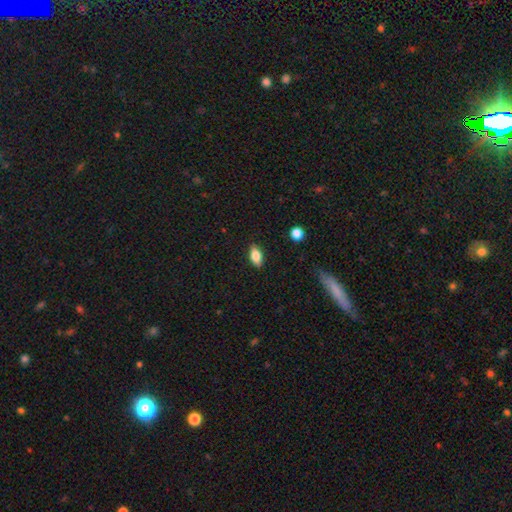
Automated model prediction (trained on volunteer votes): smooth 78%, featured or disk 14%, star or artifact 8%. Down the decision tree: how rounded — in between (87%); merging — none (87%).